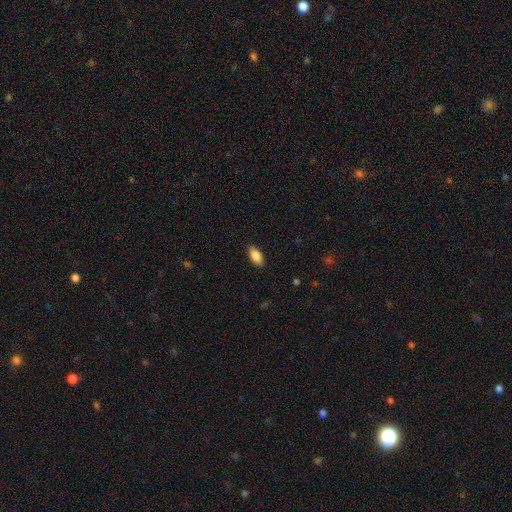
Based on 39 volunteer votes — A smooth galaxy with no disk features (95%) that is in between round and cigar-shaped (76%).

Vote fractions:
- Smooth or featured? smooth: 95% / star or artifact: 5% / featured or disk: 0%
- How rounded? in between: 76% / cigar-shaped: 19% / round: 5%
- Merging? none: 84% / minor disturbance: 11% / major disturbance: 5% / merger: 0%